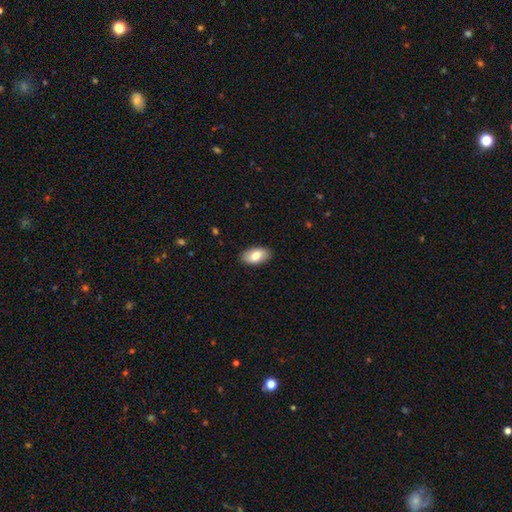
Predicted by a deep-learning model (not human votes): The model was most divided on "smooth or featured": smooth: 80%, featured or disk: 14%, star or artifact: 6%. More confident: how rounded — in between (94%); merging — none (88%).